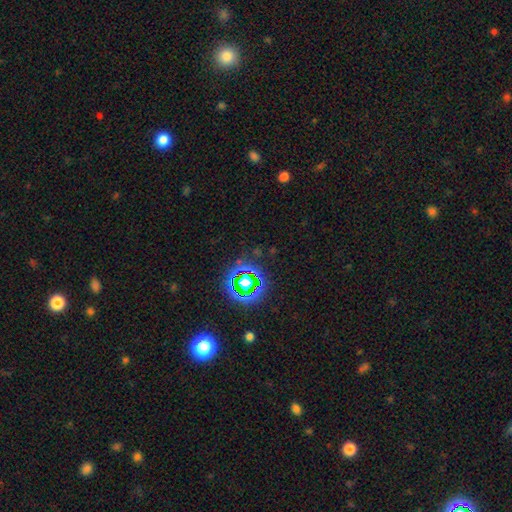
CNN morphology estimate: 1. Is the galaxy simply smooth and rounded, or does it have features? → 75% star or artifact, 16% smooth, 9% featured or disk.